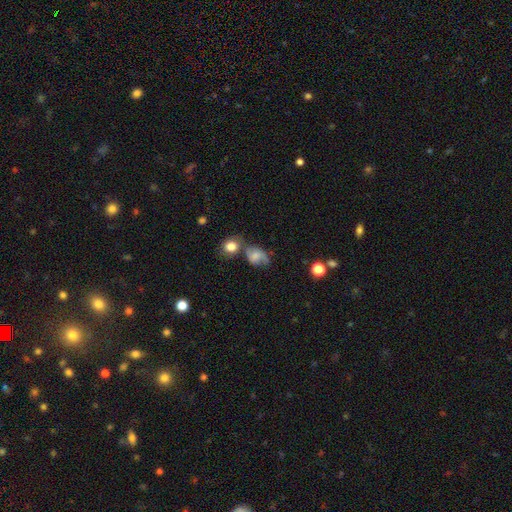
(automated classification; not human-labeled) Q: Smooth or featured?
A: smooth (54%); runner-up: featured or disk (35%)
Q: How rounded?
A: in between (63%); runner-up: round (35%)
Q: Merging?
A: none (37%); runner-up: minor disturbance (25%)